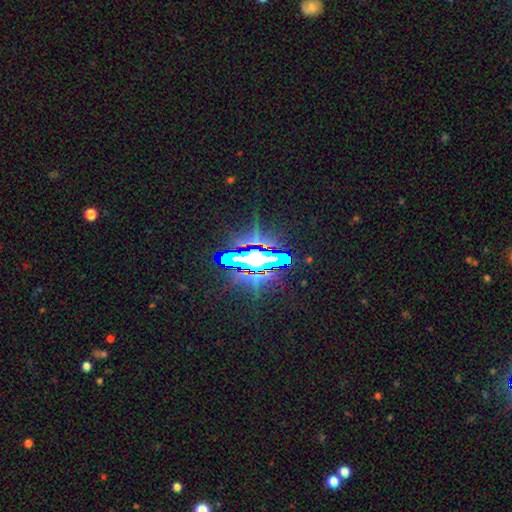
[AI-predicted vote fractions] A star or artifact, not a galaxy (73%).